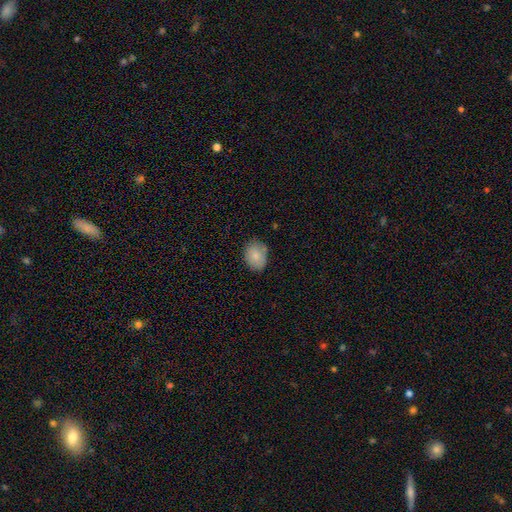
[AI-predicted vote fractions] Overall: smooth (84%). How rounded: in between (72%). Merging: none (77%).